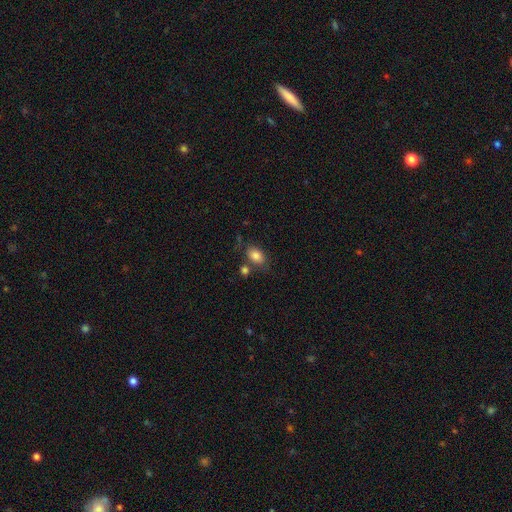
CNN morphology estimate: smooth_or_featured: smooth (p=0.83) [alt: star or artifact p=0.09]
how_rounded: in between (p=0.83) [alt: round p=0.16]
merging: none (p=0.66) [alt: minor disturbance p=0.16]